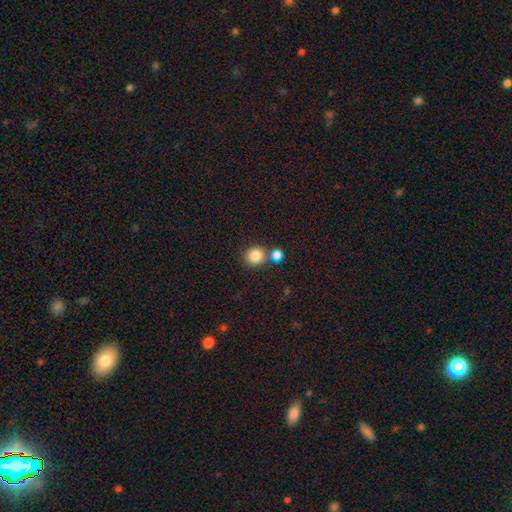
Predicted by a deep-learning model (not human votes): The model was most divided on "merging": none: 70%, merger: 19%, minor disturbance: 8%, major disturbance: 3%. More confident: how rounded — round (89%); smooth or featured — smooth (85%).